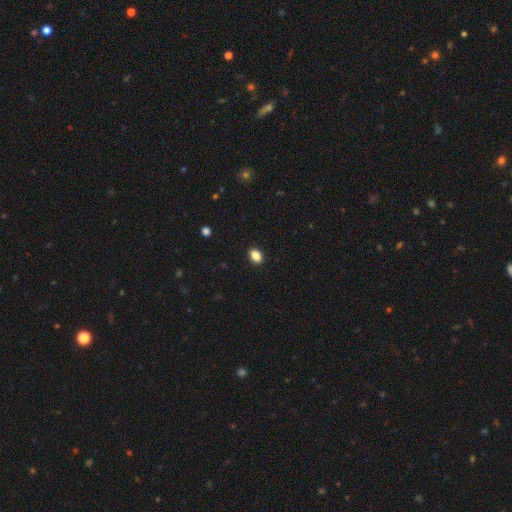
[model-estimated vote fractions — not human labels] smooth 86%, star or artifact 10%, featured or disk 4%. Down the decision tree: how rounded — in between (79%); merging — none (90%).